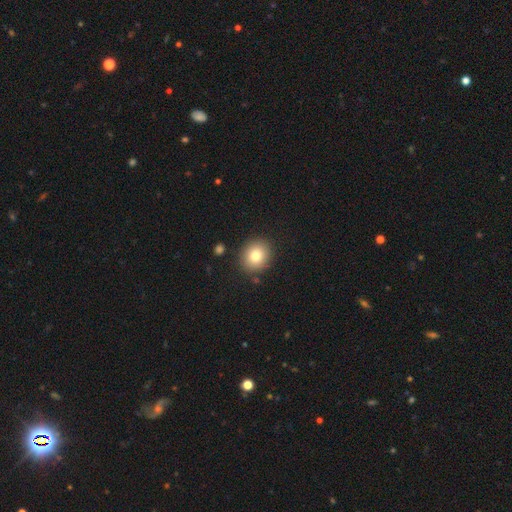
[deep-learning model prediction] A smooth galaxy with no disk features (81%) that is round (74%).

Vote fractions:
- Smooth or featured? smooth: 81% / star or artifact: 10% / featured or disk: 9%
- How rounded? round: 74% / in between: 25% / cigar-shaped: 1%
- Merging? none: 87% / minor disturbance: 8% / major disturbance: 2% / merger: 2%